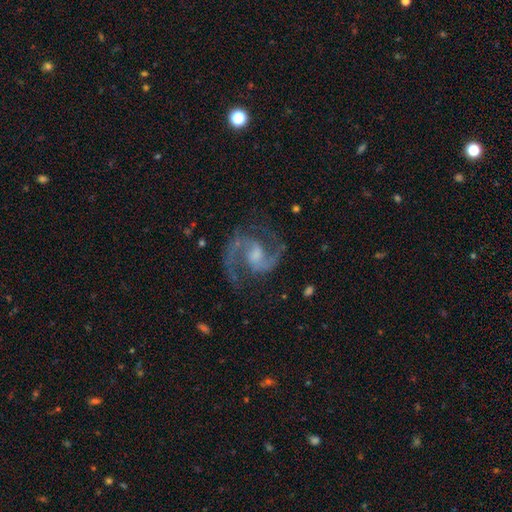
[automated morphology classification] Smooth or featured?
  - featured or disk: 92% *
  - star or artifact: 5%
  - smooth: 3%
Edge-on disk?
  - no: 98% *
  - yes: 2%
Bar?
  - weak: 52% *
  - no: 35%
  - strong: 13%
Spiral arms?
  - yes: 98% *
  - no: 2%
Spiral winding?
  - medium: 68% *
  - loose: 20%
  - tight: 12%
Spiral arm count?
  - 2: 94% *
  - 3: 2%
  - can't tell: 2%
  - 1: 1%
  - 4: 1%
  - more than 4: 1%
Bulge size?
  - moderate: 42% *
  - small: 30%
  - none: 17%
  - large: 10%
  - dominant: 1%
Merging?
  - none: 78% *
  - minor disturbance: 14%
  - major disturbance: 7%
  - merger: 1%